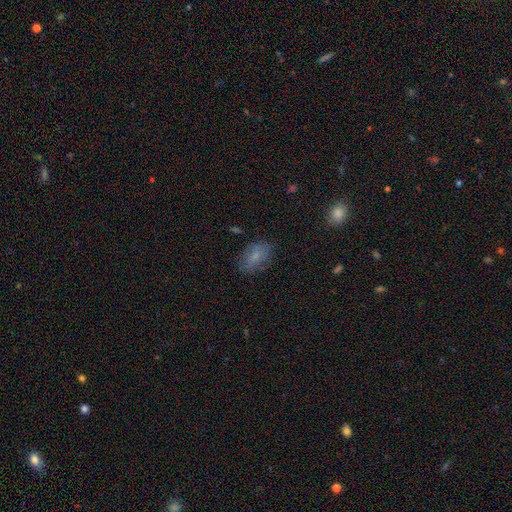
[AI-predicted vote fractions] Smooth or featured?
  - smooth: 70% *
  - featured or disk: 19%
  - star or artifact: 10%
How rounded?
  - in between: 86% *
  - round: 11%
  - cigar-shaped: 2%
Merging?
  - none: 72% *
  - minor disturbance: 20%
  - major disturbance: 7%
  - merger: 2%